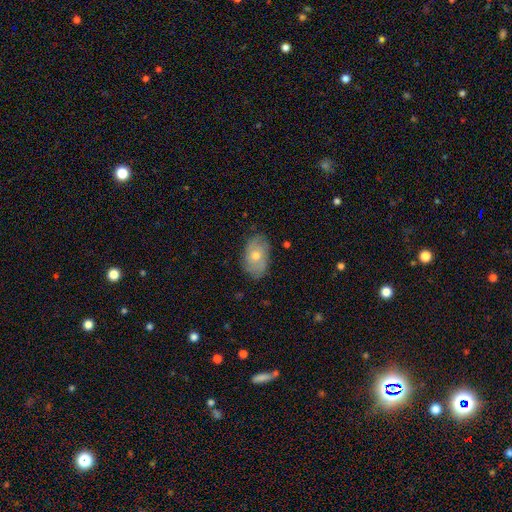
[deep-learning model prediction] This appears to be a smooth galaxy with no disk features (57%) that is in between round and cigar-shaped (89%). Merging: none (79%).